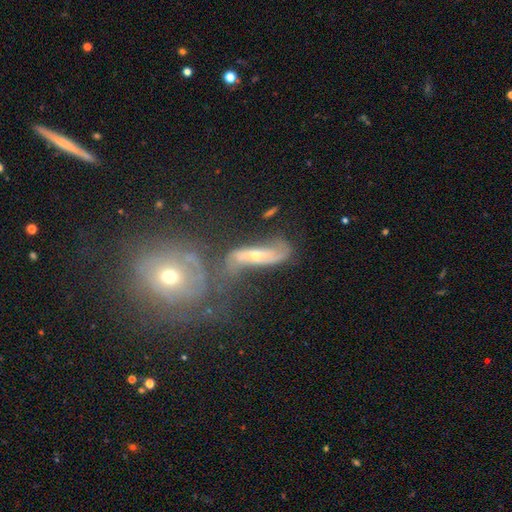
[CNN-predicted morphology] featured or disk 67%, smooth 23%, star or artifact 10%. Down the decision tree: edge-on disk — no (80%); bar — no (47%); spiral arms — yes (80%); bulge size — small (49%); merging — merger (35%).